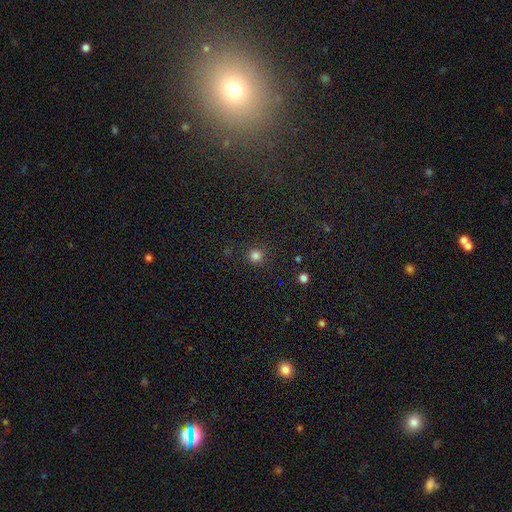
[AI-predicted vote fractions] This appears to be a smooth galaxy with no disk features (81%) that is round (94%). Merging: none (89%).